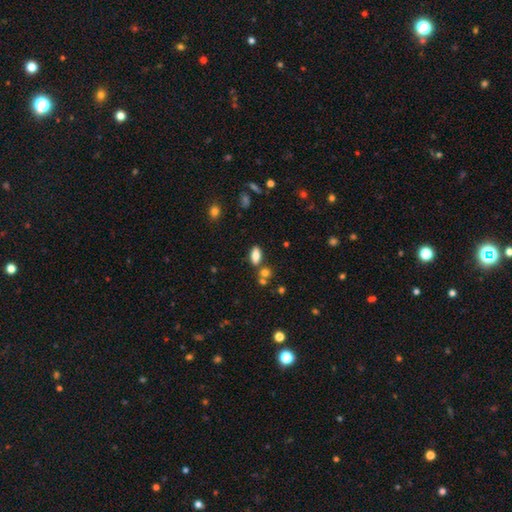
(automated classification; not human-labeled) A smooth galaxy with no disk features (80%) that is in between round and cigar-shaped (87%).

Vote fractions:
- Smooth or featured? smooth: 80% / featured or disk: 10% / star or artifact: 9%
- How rounded? in between: 87% / cigar-shaped: 9% / round: 4%
- Merging? none: 73% / merger: 12% / minor disturbance: 12% / major disturbance: 3%